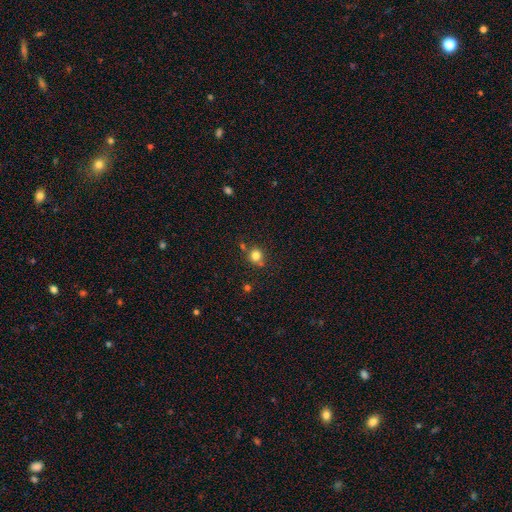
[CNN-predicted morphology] smooth_or_featured: smooth (p=0.80) [alt: star or artifact p=0.14]
how_rounded: round (p=0.88) [alt: in between p=0.11]
merging: none (p=0.73) [alt: merger p=0.13]